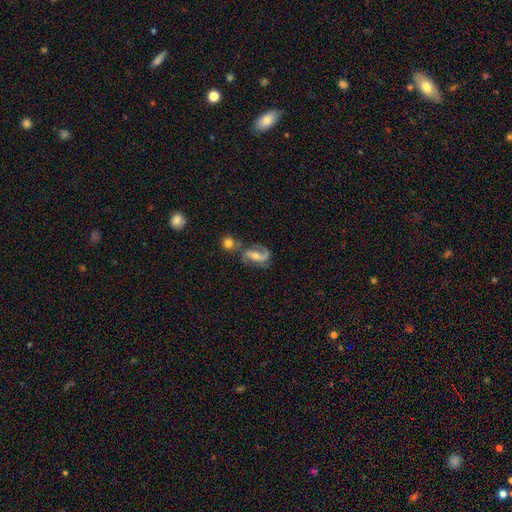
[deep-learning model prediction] The model was most divided on "bar": weak: 40%, strong: 32%, no: 28%. Remaining: edge-on disk — no (96%); spiral arms — yes (94%); spiral arm count — 2 (84%); smooth or featured — featured or disk (79%); bulge size — moderate (58%); merging — none (55%); spiral winding — medium (49%).